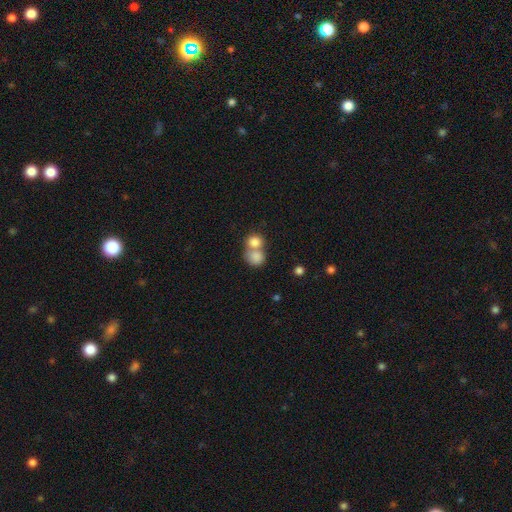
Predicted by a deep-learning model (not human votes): Smooth or featured?
  - smooth: 83% *
  - featured or disk: 9%
  - star or artifact: 9%
How rounded?
  - round: 74% *
  - in between: 25%
  - cigar-shaped: 1%
Merging?
  - merger: 57% *
  - none: 32%
  - minor disturbance: 7%
  - major disturbance: 4%